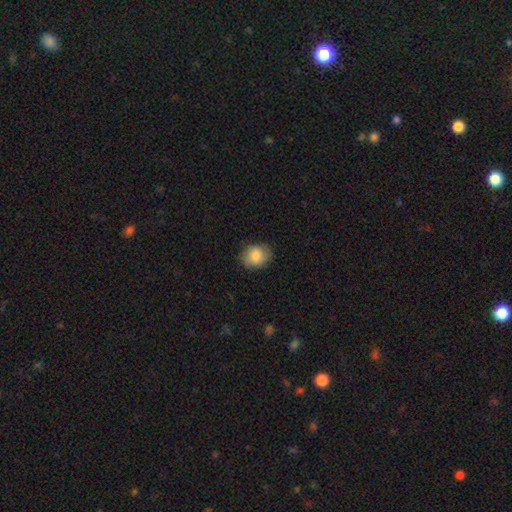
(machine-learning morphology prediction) Overall: smooth (84%). How rounded: round (50%; in between 49%). Merging: none (83%).